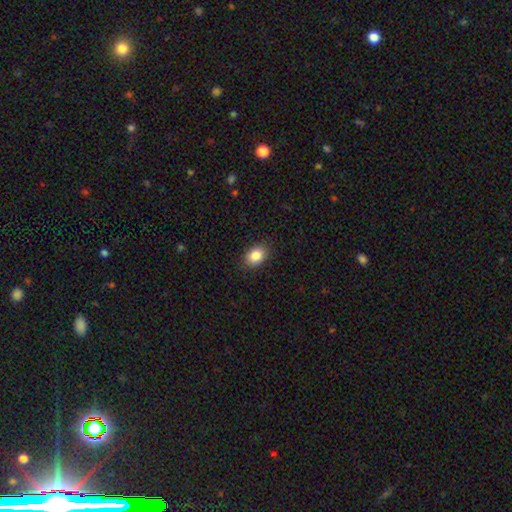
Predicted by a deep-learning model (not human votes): Smooth or featured?
  - smooth: 86% *
  - star or artifact: 9%
  - featured or disk: 6%
How rounded?
  - in between: 71% *
  - round: 28%
  - cigar-shaped: 1%
Merging?
  - none: 85% *
  - minor disturbance: 11%
  - major disturbance: 3%
  - merger: 1%